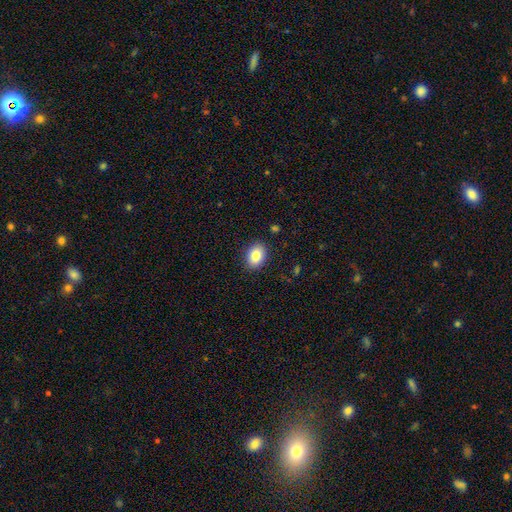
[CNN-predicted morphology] This appears to be a smooth galaxy with no disk features (83%) that is in between round and cigar-shaped (67%). Merging: none (89%).